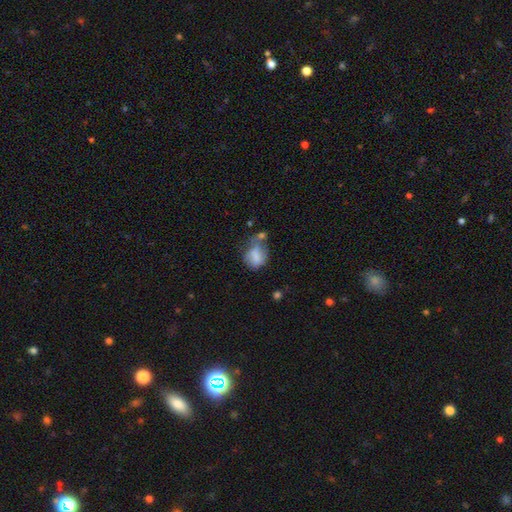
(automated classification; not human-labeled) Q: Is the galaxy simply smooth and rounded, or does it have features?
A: smooth — 68%.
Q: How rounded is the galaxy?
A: in between — 62%.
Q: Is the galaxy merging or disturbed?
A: minor disturbance — 28%.